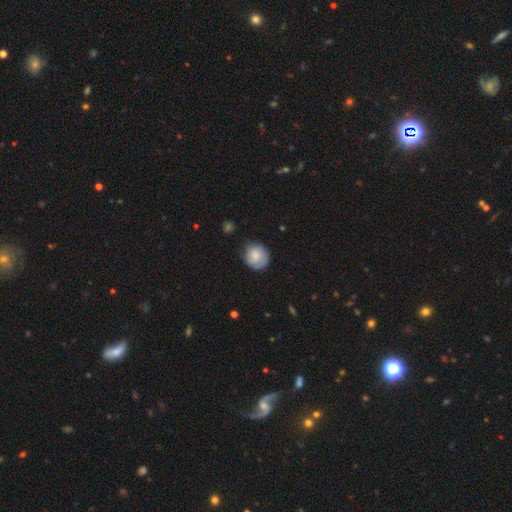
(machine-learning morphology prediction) type=smooth (74%); roundness=round (84%); merging=none (72%).